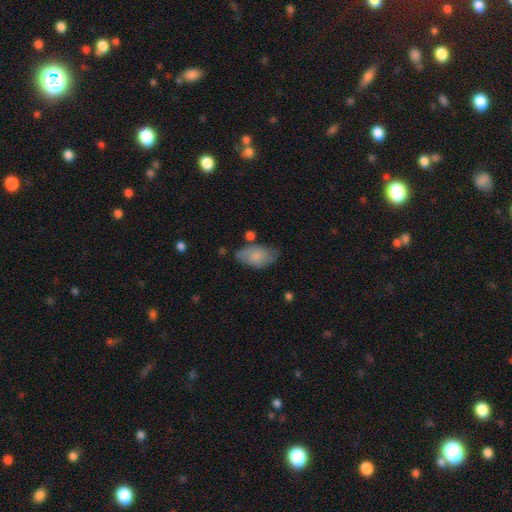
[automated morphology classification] A smooth galaxy with no disk features (71%) that is in between round and cigar-shaped (93%).

Vote fractions:
- Smooth or featured? smooth: 71% / featured or disk: 22% / star or artifact: 7%
- How rounded? in between: 93% / round: 5% / cigar-shaped: 2%
- Merging? none: 58% / minor disturbance: 29% / major disturbance: 8% / merger: 5%